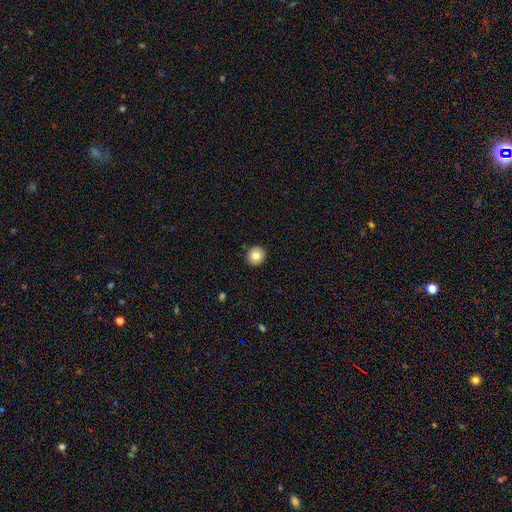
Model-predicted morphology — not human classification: smooth_or_featured: smooth (p=0.80) [alt: featured or disk p=0.11]
how_rounded: round (p=0.88) [alt: in between p=0.11]
merging: none (p=0.91) [alt: minor disturbance p=0.06]